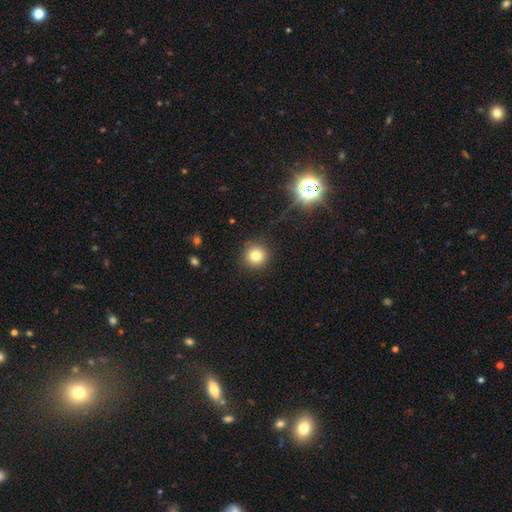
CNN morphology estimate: A smooth galaxy with no disk features (79%) that is round (94%). Merging: none (89%).